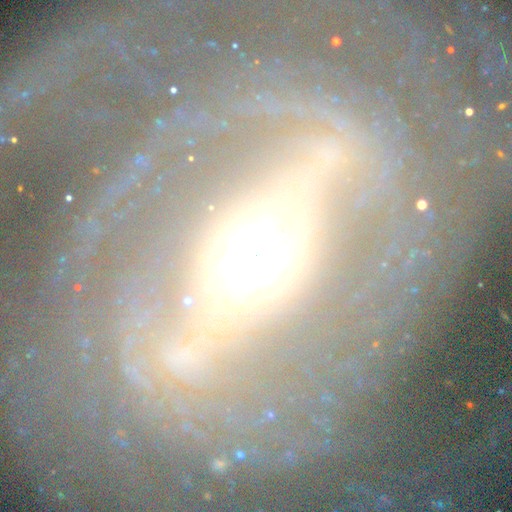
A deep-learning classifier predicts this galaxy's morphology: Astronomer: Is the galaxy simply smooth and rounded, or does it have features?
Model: featured or disk — 72%.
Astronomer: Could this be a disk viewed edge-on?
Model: no — 84%.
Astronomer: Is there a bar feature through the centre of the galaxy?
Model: strong — 52%.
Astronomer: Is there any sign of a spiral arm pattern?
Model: yes — 70%.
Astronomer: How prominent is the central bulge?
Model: moderate — 58%.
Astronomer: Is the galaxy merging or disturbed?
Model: none — 74%.